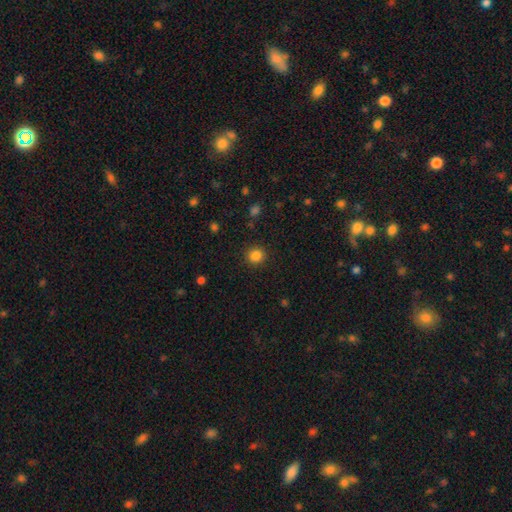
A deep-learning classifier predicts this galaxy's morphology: A smooth galaxy with no disk features (85%) that is round (90%). Merging: none (91%).